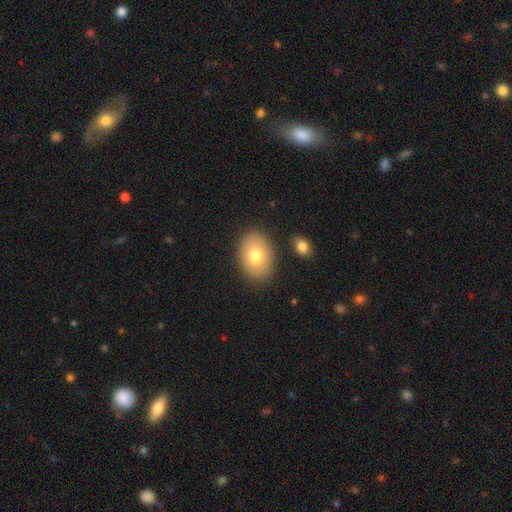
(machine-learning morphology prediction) A smooth galaxy with no disk features (76%) that is in between round and cigar-shaped (79%). Merging: none (85%).